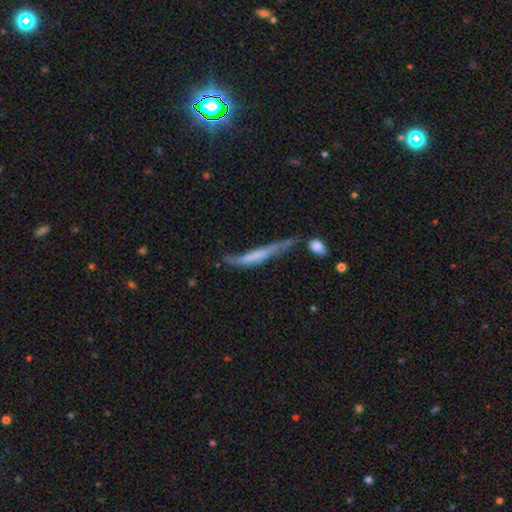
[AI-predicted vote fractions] This appears to be a featured or disk galaxy (49%). Merging: none (30%).